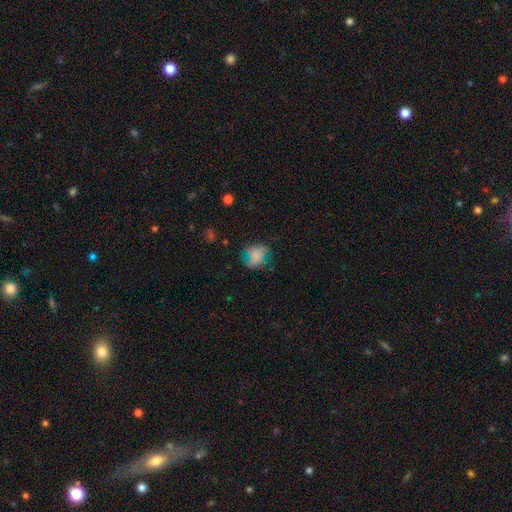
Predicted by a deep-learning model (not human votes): A smooth galaxy with no disk features (63%) that is round (55%).

Vote fractions:
- Smooth or featured? smooth: 63% / featured or disk: 26% / star or artifact: 11%
- How rounded? round: 55% / in between: 44% / cigar-shaped: 1%
- Merging? none: 53% / minor disturbance: 28% / major disturbance: 17% / merger: 2%